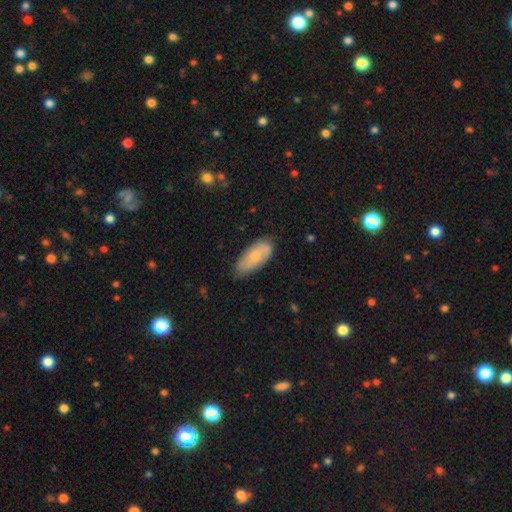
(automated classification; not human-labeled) smooth-or-featured: smooth: 59% | featured or disk: 35% | star or artifact: 6%
  how-rounded: in between: 85% | cigar-shaped: 12% | round: 2%
  merging: none: 76% | minor disturbance: 19% | major disturbance: 3% | merger: 1%